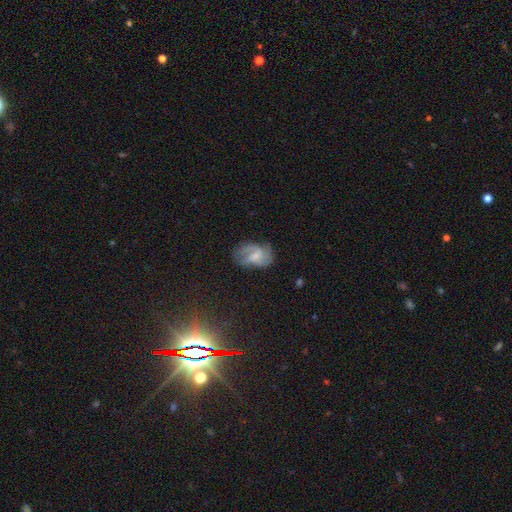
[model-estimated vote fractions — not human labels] Overall: featured or disk (66%). Edge-on disk: no (97%). Bar: weak (49%; no 40%). Spiral arms: yes (88%). Spiral arm count: 2 (42%; 3 23%). Spiral winding: medium (47%; loose 29%). Bulge size: small (48%; moderate 31%). Merging: none (55%; minor disturbance 25%).